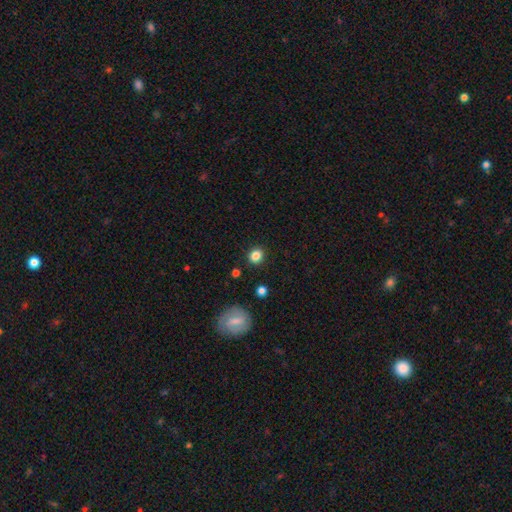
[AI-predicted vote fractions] smooth_or_featured: smooth (p=0.84) [alt: star or artifact p=0.11]
how_rounded: round (p=0.80) [alt: in between p=0.19]
merging: none (p=0.88) [alt: minor disturbance p=0.07]